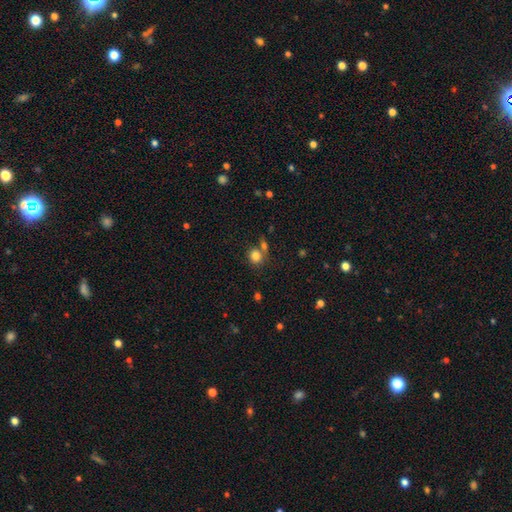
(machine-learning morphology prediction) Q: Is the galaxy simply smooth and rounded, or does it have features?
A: smooth — 82%.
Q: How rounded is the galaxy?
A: round — 76%.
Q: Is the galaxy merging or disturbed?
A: none — 60%.